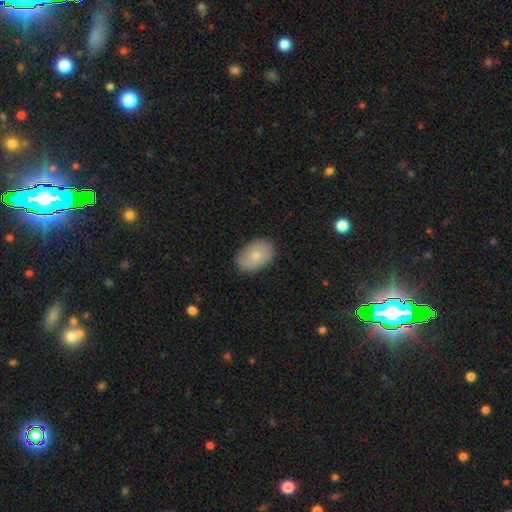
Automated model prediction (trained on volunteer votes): The model was most divided on "smooth or featured": smooth: 81%, featured or disk: 12%, star or artifact: 7%. More confident: how rounded — in between (88%); merging — none (86%).